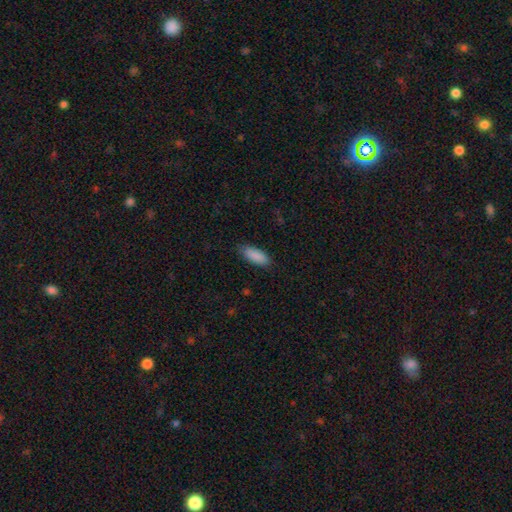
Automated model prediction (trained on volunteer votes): Q: Smooth or featured?
A: smooth (90%); runner-up: star or artifact (6%)
Q: How rounded?
A: in between (78%); runner-up: cigar-shaped (20%)
Q: Merging?
A: none (84%); runner-up: minor disturbance (13%)